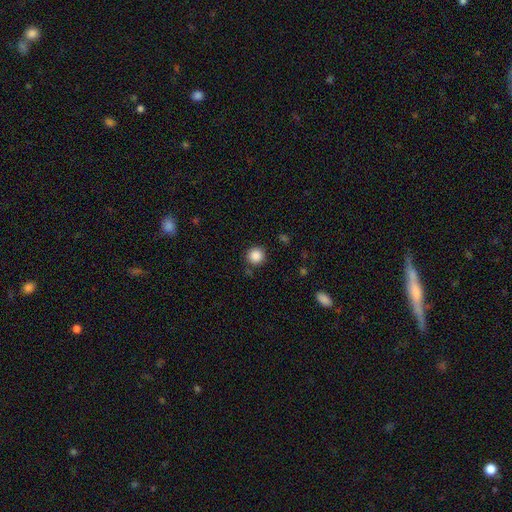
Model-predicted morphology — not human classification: Smooth or featured? smooth (87%)
How rounded? round (95%)
Merging? none (86%)